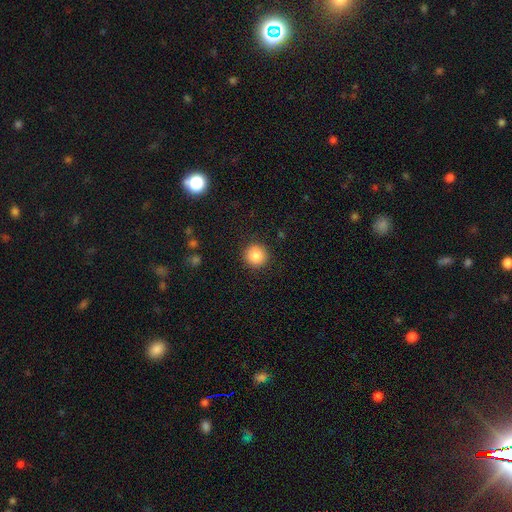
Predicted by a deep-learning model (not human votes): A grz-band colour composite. It shows a smooth galaxy with no disk features (85%) that is round (94%). Merging: none (91%).